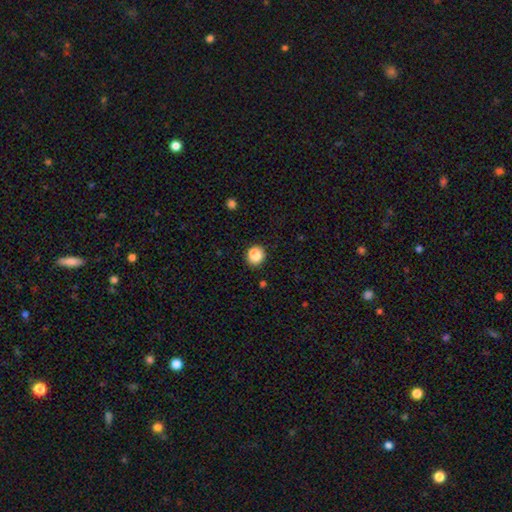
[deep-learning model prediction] Morphology: type=smooth (85%); roundness=round (81%); merging=none (84%).